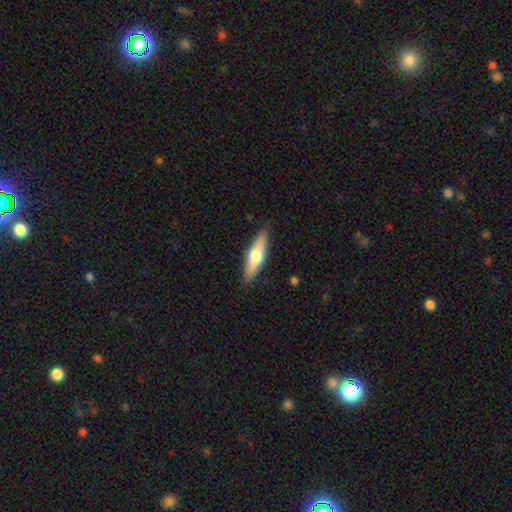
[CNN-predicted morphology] smooth_or_featured: smooth (p=0.51) [alt: featured or disk p=0.44]
how_rounded: cigar-shaped (p=0.62) [alt: in between p=0.35]
merging: none (p=0.89) [alt: minor disturbance p=0.08]